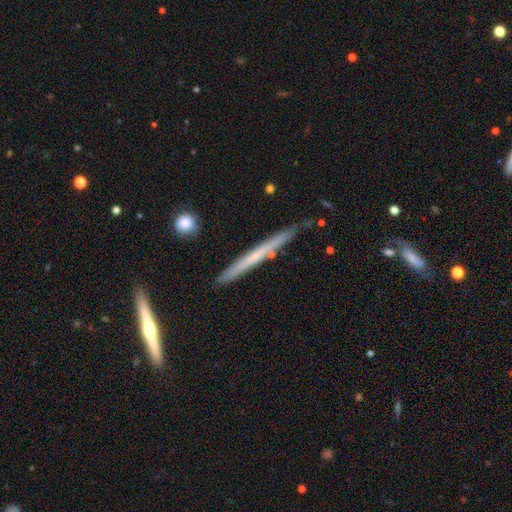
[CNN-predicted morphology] Smooth or featured? Predicted: featured or disk (p=0.58). Edge-on disk? Predicted: yes (p=0.96). Edge-on bulge? Predicted: none (p=0.78). Merging? Predicted: none (p=0.81).